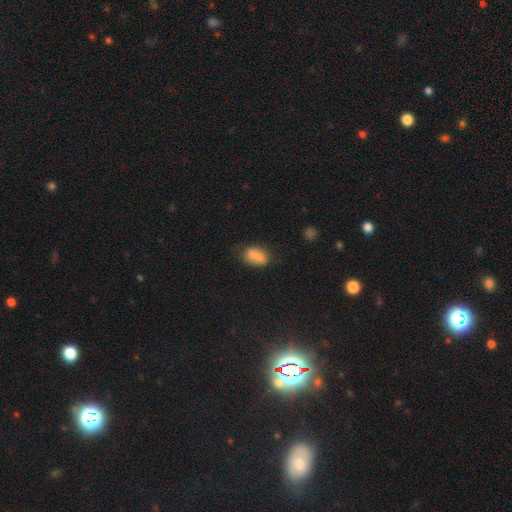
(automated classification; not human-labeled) The model was most divided on "merging": none: 41%, merger: 32%, minor disturbance: 20%, major disturbance: 8%. More confident: how rounded — in between (82%); smooth or featured — smooth (74%).